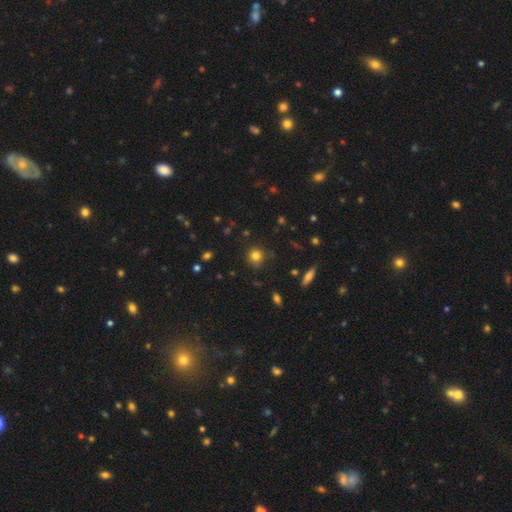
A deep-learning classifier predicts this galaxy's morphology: Q: Smooth or featured?
A: smooth (81%); runner-up: star or artifact (13%)
Q: How rounded?
A: round (90%); runner-up: in between (9%)
Q: Merging?
A: none (83%); runner-up: minor disturbance (12%)